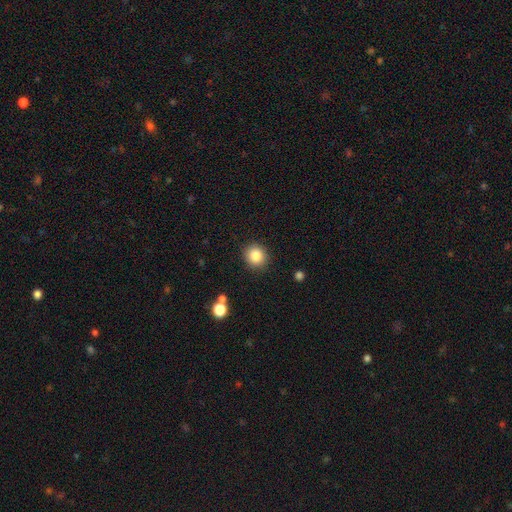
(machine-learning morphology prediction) smooth-or-featured: smooth: 83% | star or artifact: 10% | featured or disk: 6%
  how-rounded: round: 88% | in between: 11% | cigar-shaped: 1%
  merging: none: 89% | minor disturbance: 7% | major disturbance: 2% | merger: 2%